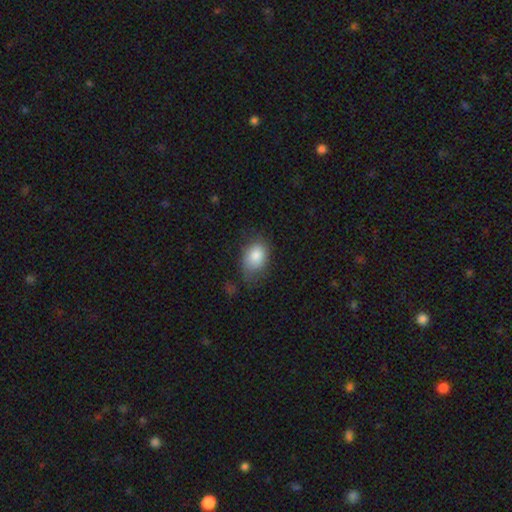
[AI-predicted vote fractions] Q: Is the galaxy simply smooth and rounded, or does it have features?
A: smooth — 82%.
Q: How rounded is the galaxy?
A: in between — 76%.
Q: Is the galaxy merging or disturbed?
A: none — 55%.